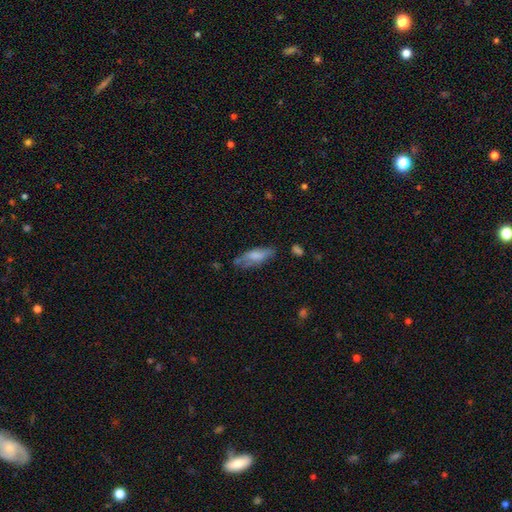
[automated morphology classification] Smooth or featured: smooth — 68% (featured or disk — 24%)
How rounded: in between — 64% (cigar-shaped — 34%)
Merging: none — 52% (minor disturbance — 31%)